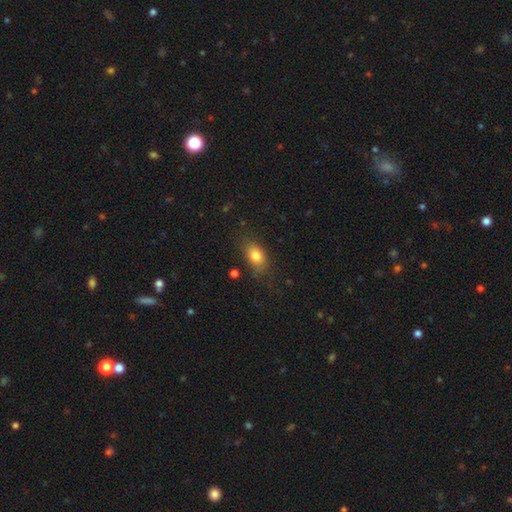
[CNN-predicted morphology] This is clearly a smooth galaxy (81%). How rounded: clearly in between (81%). Merging: likely none (73%).